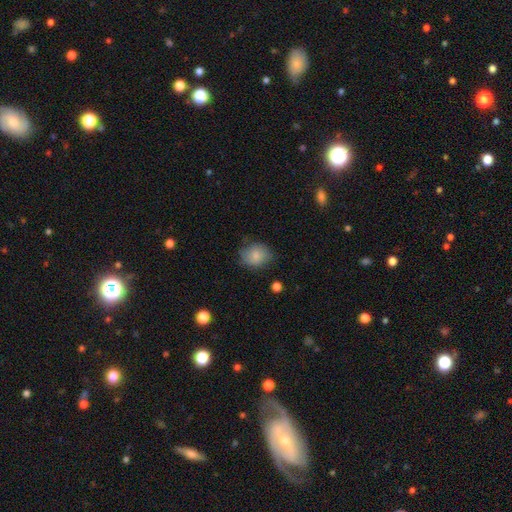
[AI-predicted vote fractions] This is clearly a smooth galaxy (83%). How rounded: likely round (60%). Merging: likely none (73%).